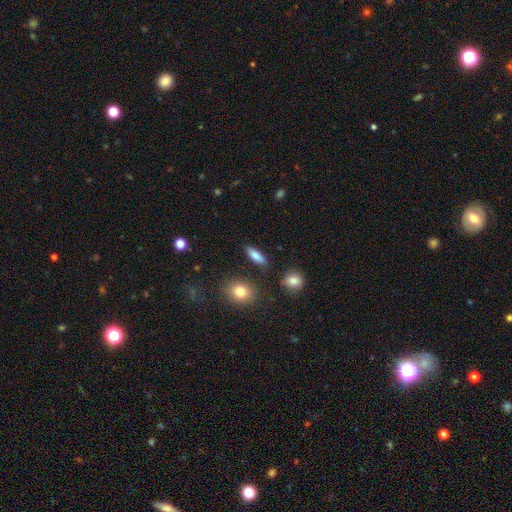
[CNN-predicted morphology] Smooth or featured: smooth — 81% (featured or disk — 11%)
How rounded: in between — 61% (cigar-shaped — 34%)
Merging: none — 86% (minor disturbance — 9%)